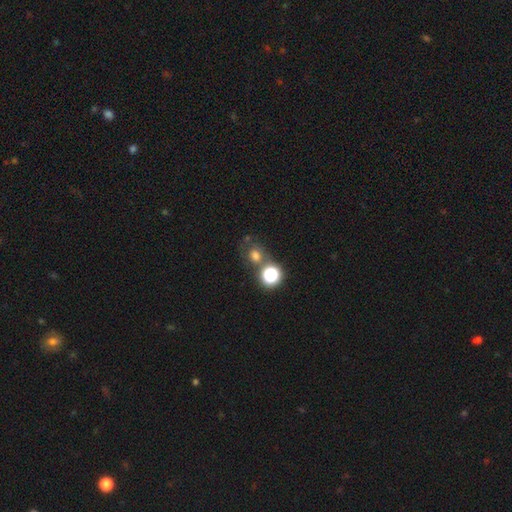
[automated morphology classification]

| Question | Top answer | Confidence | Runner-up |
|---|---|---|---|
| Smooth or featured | smooth | 66% | star or artifact (23%) |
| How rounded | round | 76% | in between (23%) |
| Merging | none | 57% | merger (24%) |